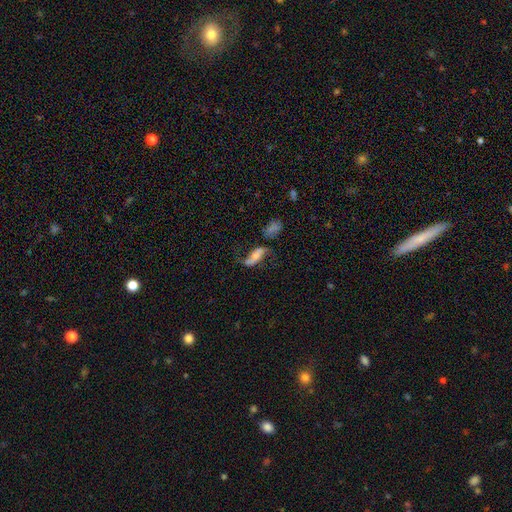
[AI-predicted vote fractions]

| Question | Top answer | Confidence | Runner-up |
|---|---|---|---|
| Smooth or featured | featured or disk | 70% | smooth (21%) |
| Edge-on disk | no | 89% | yes (11%) |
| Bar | no | 45% | weak (31%) |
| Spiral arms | yes | 89% | no (11%) |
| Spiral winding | loose | 86% | medium (10%) |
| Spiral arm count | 2 | 90% | 1 (5%) |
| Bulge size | small | 38% | moderate (37%) |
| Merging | none | 56% | minor disturbance (19%) |